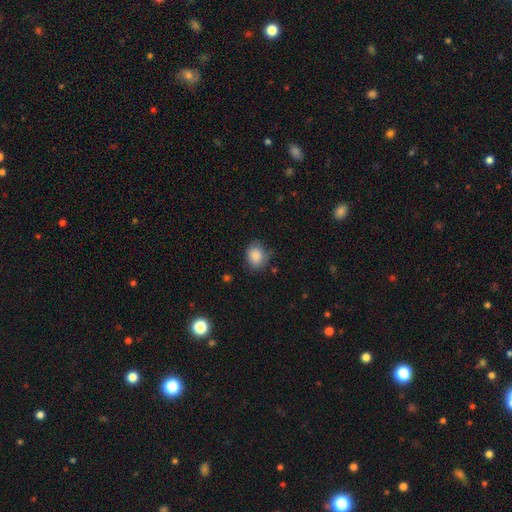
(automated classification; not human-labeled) A smooth galaxy with no disk features (87%) that is round (55%).

Vote fractions:
- Smooth or featured? smooth: 87% / star or artifact: 8% / featured or disk: 5%
- How rounded? round: 55% / in between: 44% / cigar-shaped: 1%
- Merging? none: 71% / minor disturbance: 22% / major disturbance: 5% / merger: 2%